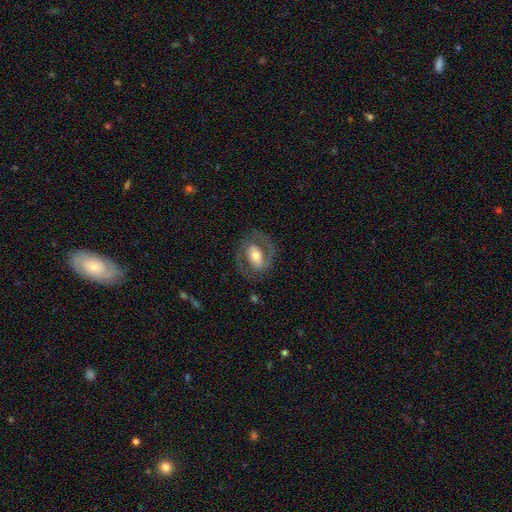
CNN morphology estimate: A featured or disk galaxy (79%) with a strong bar (41%), 2 (87%) medium (51%) spiral arms (86%) and a moderate central bulge (61%). Merging: none (76%).